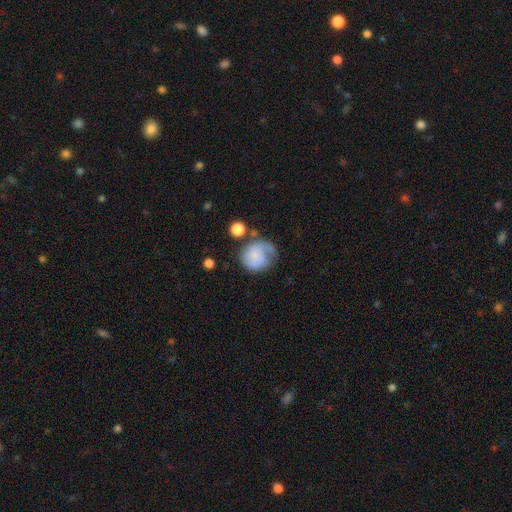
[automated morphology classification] This is possibly a featured or disk galaxy (54%). It is clearly not viewed edge-on (98%). Bar: likely no (69%). Spiral arm pattern: clearly yes (87%). Central bulge: possibly small (50%). Merging: possibly none (51%).